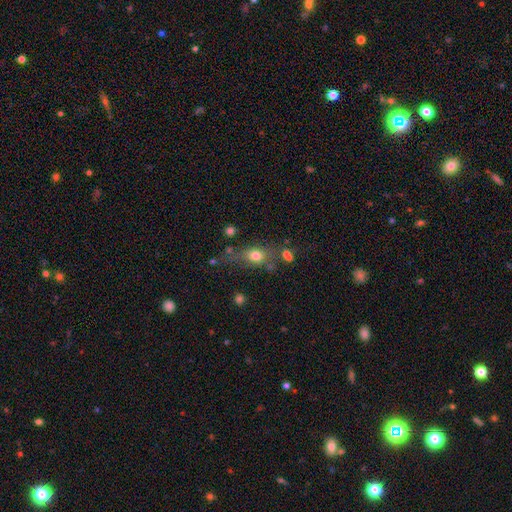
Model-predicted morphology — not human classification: This is likely a smooth galaxy (72%). How rounded: possibly in between (57%). Merging: possibly none (53%).